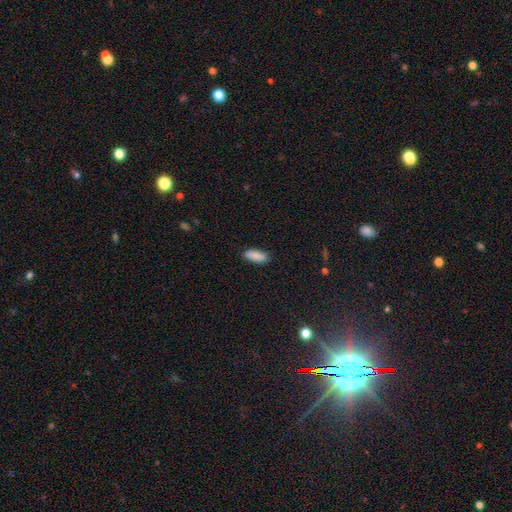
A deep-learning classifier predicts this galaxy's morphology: Smooth or featured?
  - smooth: 88% *
  - star or artifact: 7%
  - featured or disk: 5%
How rounded?
  - in between: 71% *
  - cigar-shaped: 27%
  - round: 2%
Merging?
  - none: 88% *
  - minor disturbance: 9%
  - major disturbance: 2%
  - merger: 1%